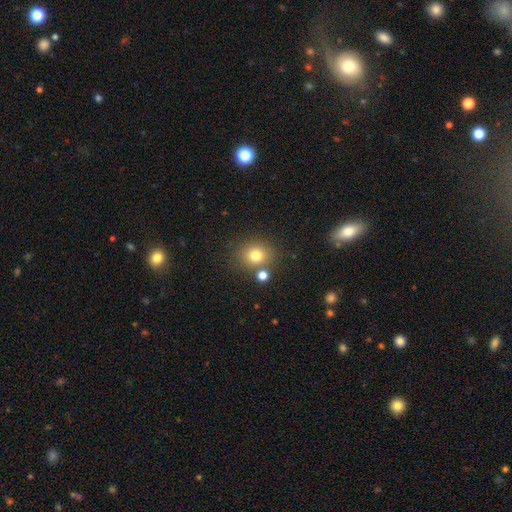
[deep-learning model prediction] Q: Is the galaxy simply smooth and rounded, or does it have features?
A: smooth — 78%.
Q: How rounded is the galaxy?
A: round — 75%.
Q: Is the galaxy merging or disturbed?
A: none — 74%.